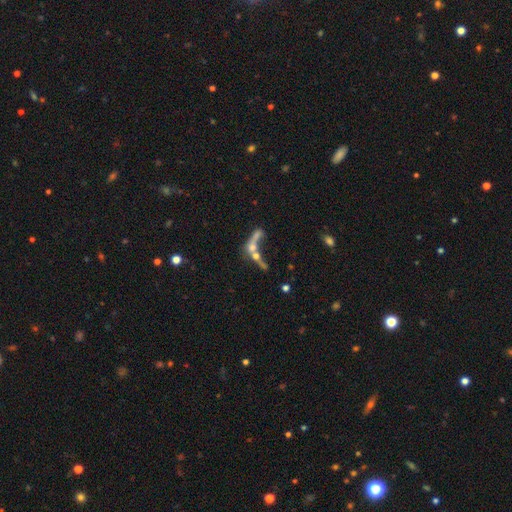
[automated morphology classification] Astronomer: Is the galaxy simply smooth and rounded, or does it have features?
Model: featured or disk — 43% (runner-up: smooth, 42%).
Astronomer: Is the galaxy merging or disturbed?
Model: merger — 58%.